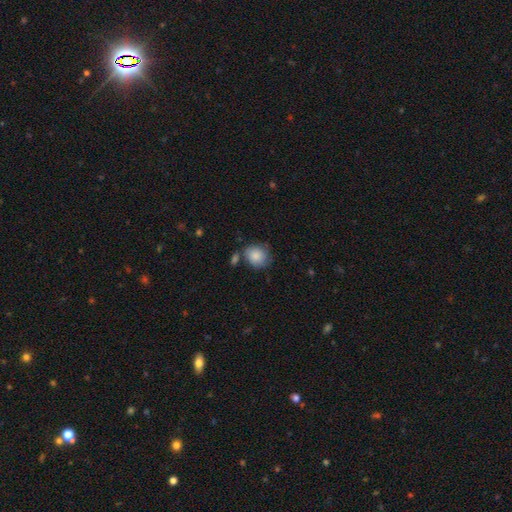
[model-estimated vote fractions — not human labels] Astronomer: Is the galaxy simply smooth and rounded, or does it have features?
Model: smooth — 84%.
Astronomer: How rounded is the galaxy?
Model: round — 76%.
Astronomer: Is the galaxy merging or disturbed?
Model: none — 60%.